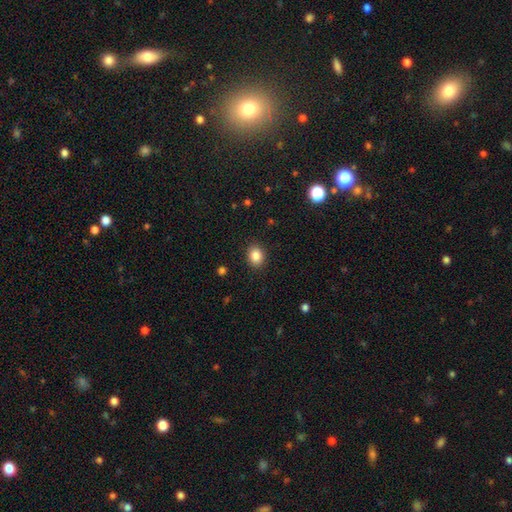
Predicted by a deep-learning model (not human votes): Smooth or featured? smooth (86%)
How rounded? in between (50%)
Merging? none (90%)